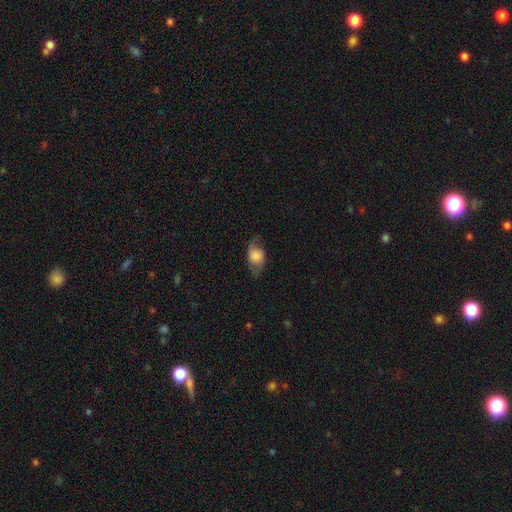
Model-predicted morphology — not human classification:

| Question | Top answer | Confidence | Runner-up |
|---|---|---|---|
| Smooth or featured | smooth | 53% | featured or disk (39%) |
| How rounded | in between | 76% | round (22%) |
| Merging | none | 67% | minor disturbance (21%) |